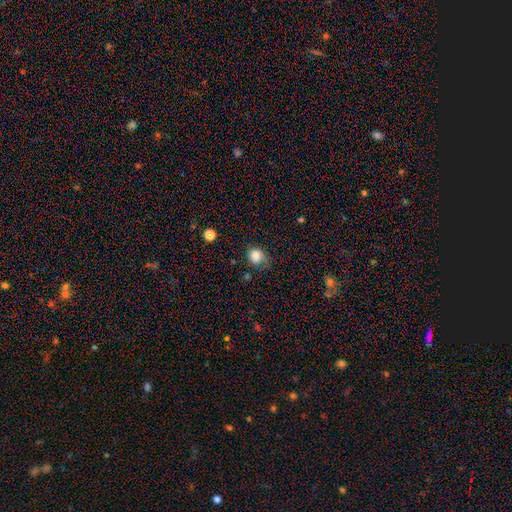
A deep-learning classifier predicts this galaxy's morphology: A smooth galaxy with no disk features (81%) that is round (73%).

Vote fractions:
- Smooth or featured? smooth: 81% / star or artifact: 10% / featured or disk: 9%
- How rounded? round: 73% / in between: 26% / cigar-shaped: 1%
- Merging? none: 59% / minor disturbance: 27% / major disturbance: 11% / merger: 3%